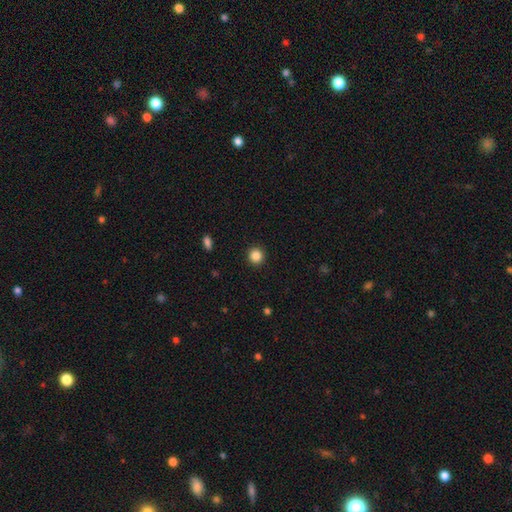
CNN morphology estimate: A smooth galaxy with no disk features (86%) that is round (95%). Merging: none (93%).